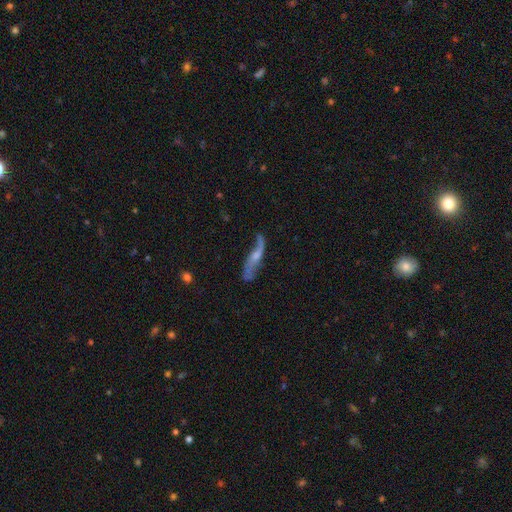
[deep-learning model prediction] smooth_or_featured: featured or disk (p=0.78) [alt: smooth p=0.15]
disk_edge_on: no (p=0.65) [alt: yes p=0.35]
bar: no (p=0.58) [alt: weak p=0.31]
has_spiral_arms: yes (p=0.91) [alt: no p=0.09]
bulge_size: moderate (p=0.45) [alt: small p=0.40]
merging: none (p=0.66) [alt: minor disturbance p=0.21]